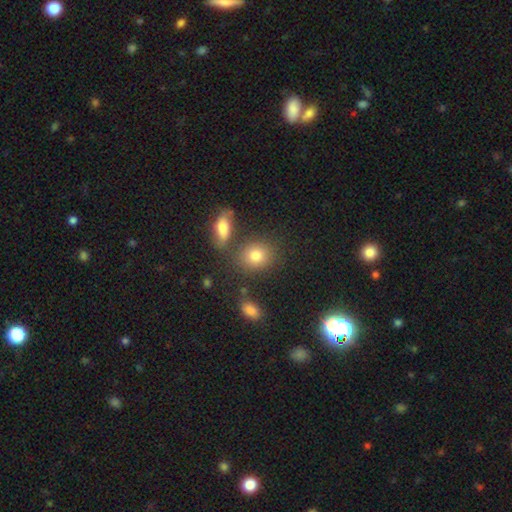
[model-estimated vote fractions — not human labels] Smooth or featured: smooth — 80% (star or artifact — 11%)
How rounded: round — 56% (in between — 43%)
Merging: none — 71% (merger — 13%)